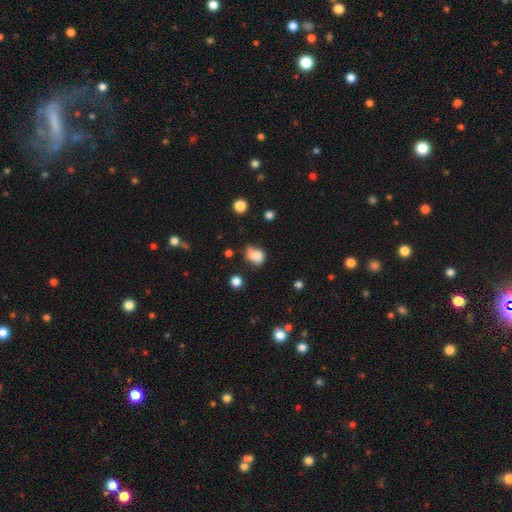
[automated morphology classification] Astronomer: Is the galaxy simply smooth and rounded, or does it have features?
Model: smooth — 77%.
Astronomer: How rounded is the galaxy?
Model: in between — 60% (runner-up: round, 39%).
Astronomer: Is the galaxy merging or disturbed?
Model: none — 42% (runner-up: minor disturbance, 35%).